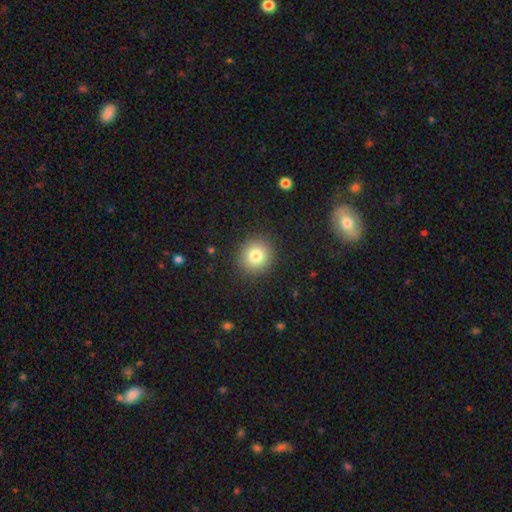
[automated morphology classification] smooth_or_featured: smooth (p=0.79) [alt: star or artifact p=0.12]
how_rounded: round (p=0.88) [alt: in between p=0.11]
merging: none (p=0.90) [alt: minor disturbance p=0.07]